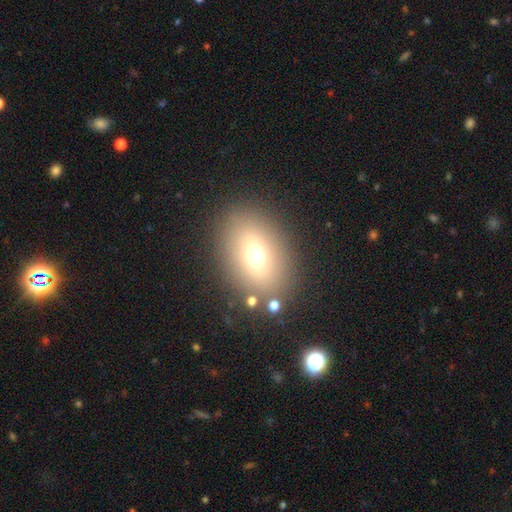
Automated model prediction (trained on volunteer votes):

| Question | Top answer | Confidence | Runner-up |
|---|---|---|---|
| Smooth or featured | smooth | 67% | featured or disk (19%) |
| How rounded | in between | 72% | round (26%) |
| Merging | none | 83% | minor disturbance (9%) |